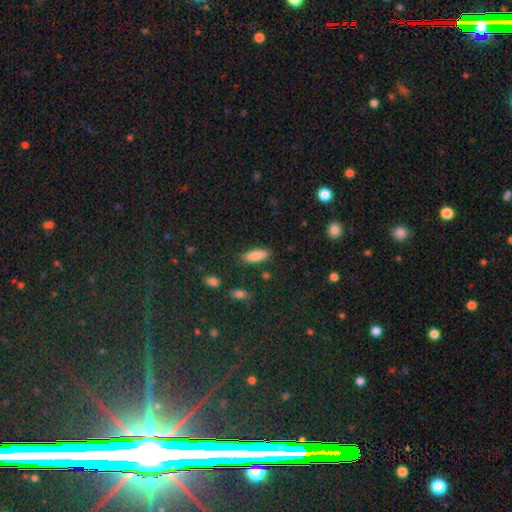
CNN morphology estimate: smooth 85%, star or artifact 7%, featured or disk 7%. Down the decision tree: how rounded — in between (72%); merging — none (82%).